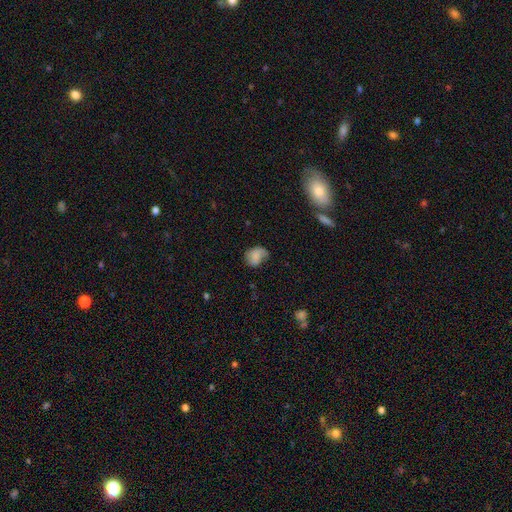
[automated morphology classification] smooth_or_featured: smooth (p=0.63) [alt: featured or disk p=0.27]
how_rounded: in between (p=0.55) [alt: round p=0.44]
merging: none (p=0.49) [alt: minor disturbance p=0.31]